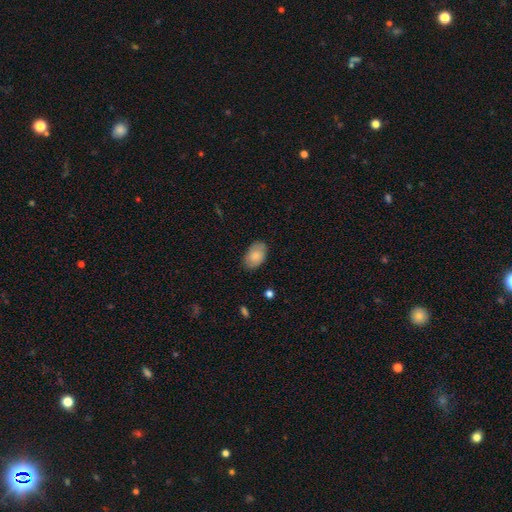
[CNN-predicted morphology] type=smooth (78%); roundness=in between (91%); merging=none (81%).